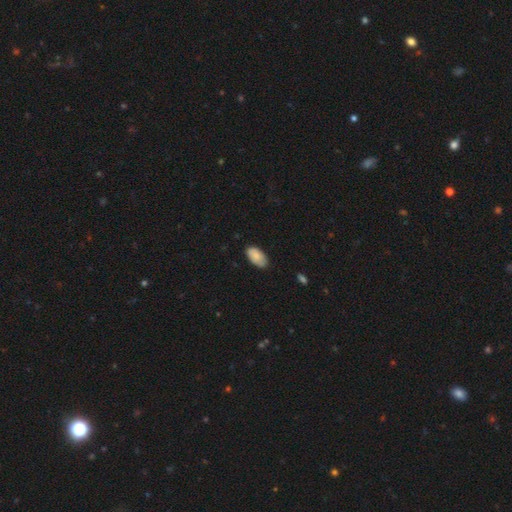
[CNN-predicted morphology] This is clearly a smooth galaxy (83%). How rounded: clearly in between (95%). Merging: likely none (76%).